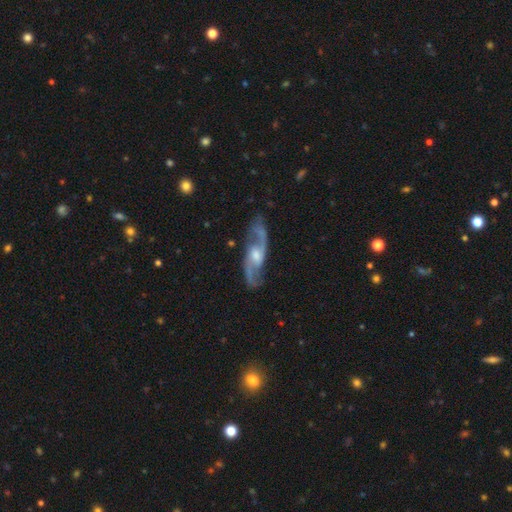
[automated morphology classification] Smooth or featured: featured or disk — 89% (smooth — 6%)
Edge-on disk: no — 90% (yes — 10%)
Bar: weak — 47% (no — 40%)
Spiral arms: yes — 97% (no — 3%)
Spiral winding: medium — 51% (loose — 36%)
Spiral arm count: 2 — 92% (can't tell — 3%)
Bulge size: moderate — 56% (small — 31%)
Merging: none — 81% (minor disturbance — 13%)